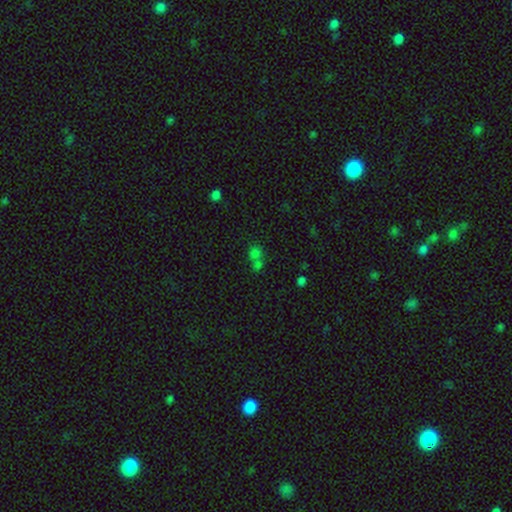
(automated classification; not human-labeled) smooth-or-featured: smooth: 64% | star or artifact: 26% | featured or disk: 10%
  how-rounded: round: 71% | in between: 27% | cigar-shaped: 2%
  merging: merger: 51% | none: 36% | minor disturbance: 8% | major disturbance: 5%